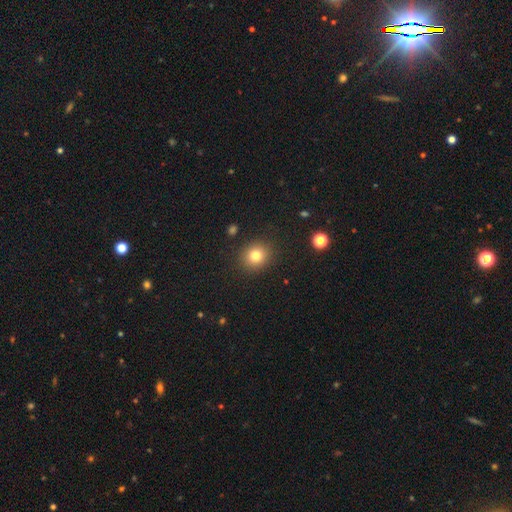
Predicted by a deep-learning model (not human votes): smooth 80%, star or artifact 12%, featured or disk 8%. Down the decision tree: how rounded — round (82%); merging — none (89%).